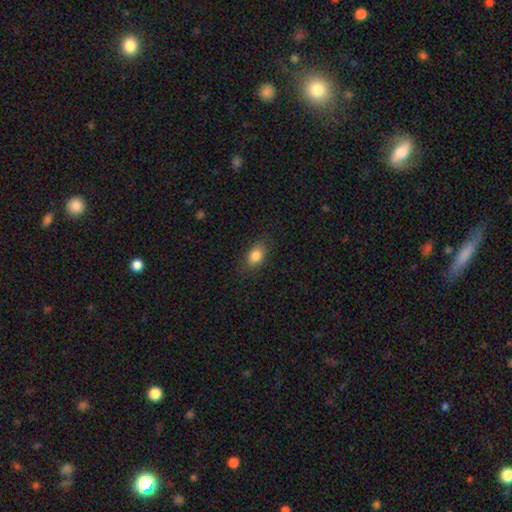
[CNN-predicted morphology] smooth-or-featured: smooth: 84% | star or artifact: 9% | featured or disk: 7%
  how-rounded: in between: 82% | round: 15% | cigar-shaped: 3%
  merging: none: 83% | minor disturbance: 13% | major disturbance: 4% | merger: 1%